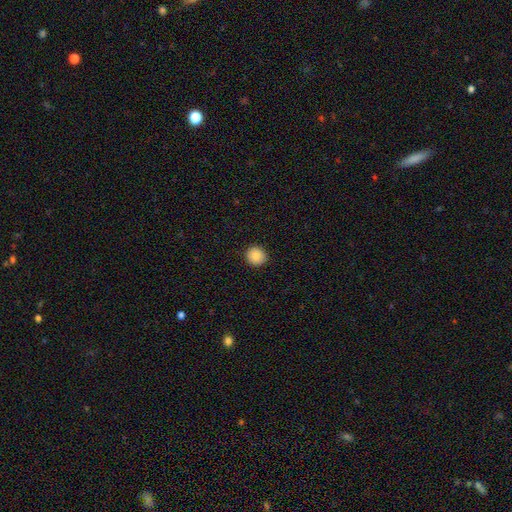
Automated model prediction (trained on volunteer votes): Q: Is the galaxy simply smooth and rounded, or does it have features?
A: smooth — 84%.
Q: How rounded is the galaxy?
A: round — 92%.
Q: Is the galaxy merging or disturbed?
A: none — 91%.